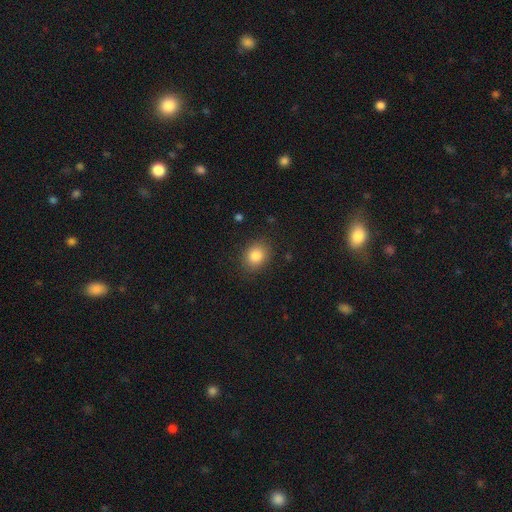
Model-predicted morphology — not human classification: Smooth or featured: smooth — 84% (star or artifact — 10%)
How rounded: round — 57% (in between — 43%)
Merging: none — 87% (minor disturbance — 9%)